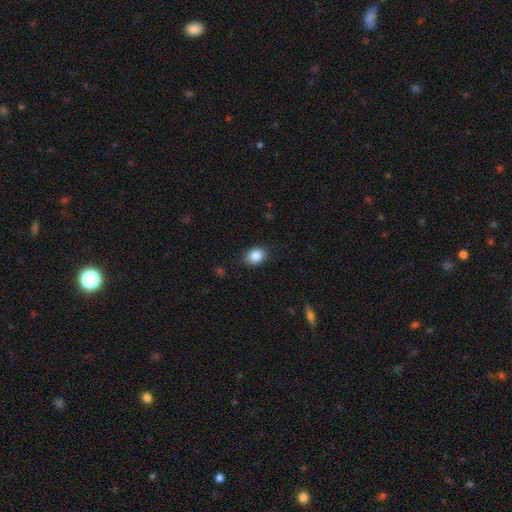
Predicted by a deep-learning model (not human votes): A smooth galaxy with no disk features (86%) that is in between round and cigar-shaped (59%).

Vote fractions:
- Smooth or featured? smooth: 86% / star or artifact: 9% / featured or disk: 5%
- How rounded? in between: 59% / round: 40% / cigar-shaped: 1%
- Merging? none: 80% / minor disturbance: 16% / major disturbance: 3% / merger: 1%